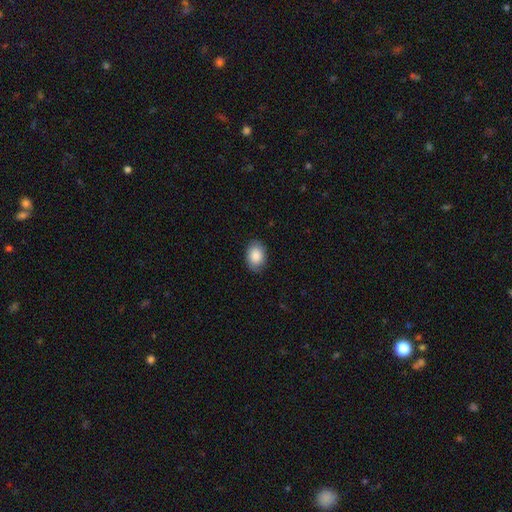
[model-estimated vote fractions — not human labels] Smooth or featured: smooth — 88% (star or artifact — 6%)
How rounded: in between — 81% (round — 18%)
Merging: none — 87% (minor disturbance — 10%)